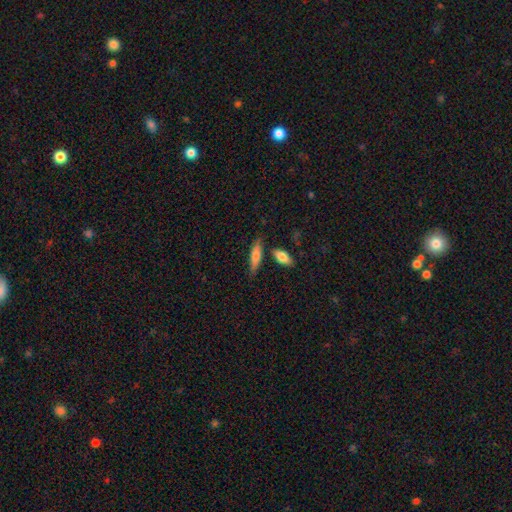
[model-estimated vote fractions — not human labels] Smooth or featured: smooth — 69% (featured or disk — 25%)
How rounded: cigar-shaped — 61% (in between — 37%)
Merging: none — 73% (minor disturbance — 14%)